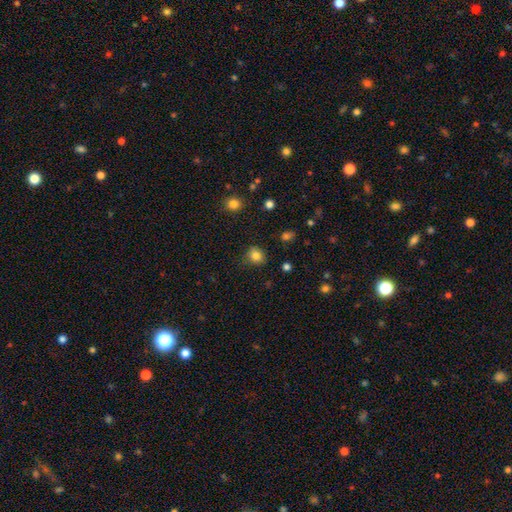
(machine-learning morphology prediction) A smooth galaxy with no disk features (83%) that is round (78%). Merging: none (81%).